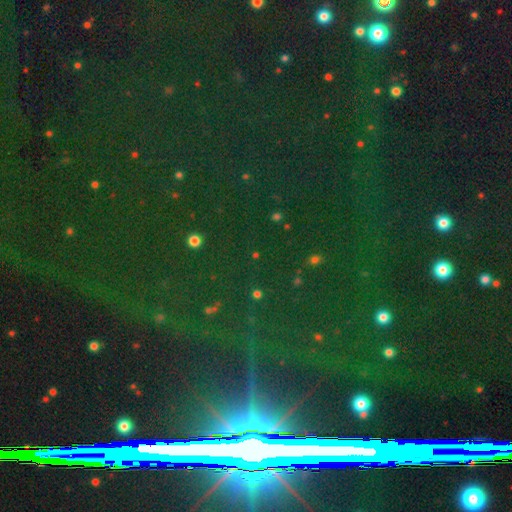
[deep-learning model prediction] A star or artifact, not a galaxy (79%).

Vote fractions:
- Smooth or featured? star or artifact: 79% / smooth: 12% / featured or disk: 8%